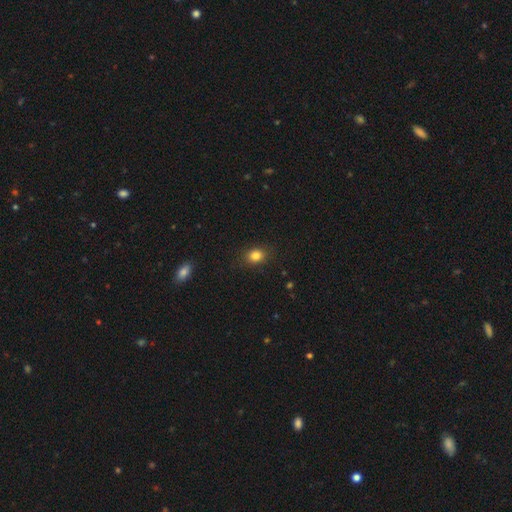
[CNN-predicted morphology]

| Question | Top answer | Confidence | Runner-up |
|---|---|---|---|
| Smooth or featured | smooth | 83% | star or artifact (11%) |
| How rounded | in between | 53% | round (45%) |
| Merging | none | 86% | minor disturbance (10%) |